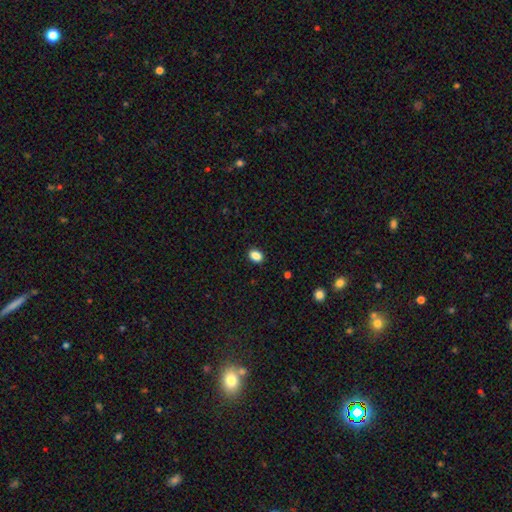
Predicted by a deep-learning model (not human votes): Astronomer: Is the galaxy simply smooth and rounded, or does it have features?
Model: smooth — 88%.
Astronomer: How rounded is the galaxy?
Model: in between — 75%.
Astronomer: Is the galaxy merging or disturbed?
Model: none — 89%.